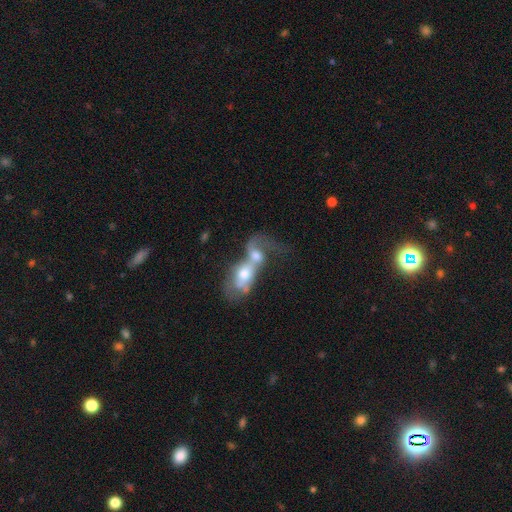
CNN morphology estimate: This appears to be a smooth galaxy with no disk features (47%). Merging: merger (82%).